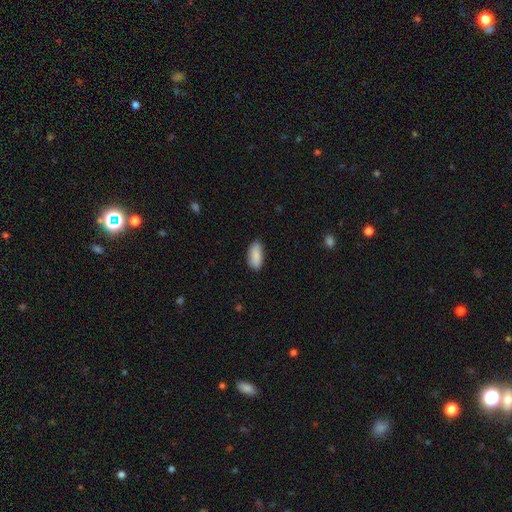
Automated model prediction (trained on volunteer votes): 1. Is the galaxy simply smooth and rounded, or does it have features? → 89% smooth, 6% star or artifact, 5% featured or disk.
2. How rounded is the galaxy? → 88% in between, 10% cigar-shaped, 2% round.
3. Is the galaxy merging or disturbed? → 85% none, 12% minor disturbance, 2% major disturbance, 1% merger.